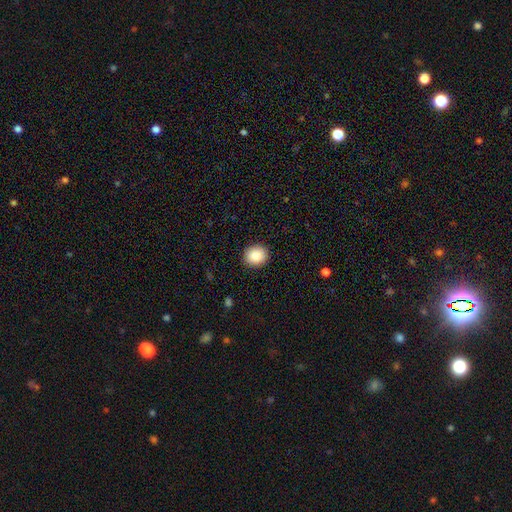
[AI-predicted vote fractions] A smooth galaxy with no disk features (88%) that is round (78%). Merging: none (91%).